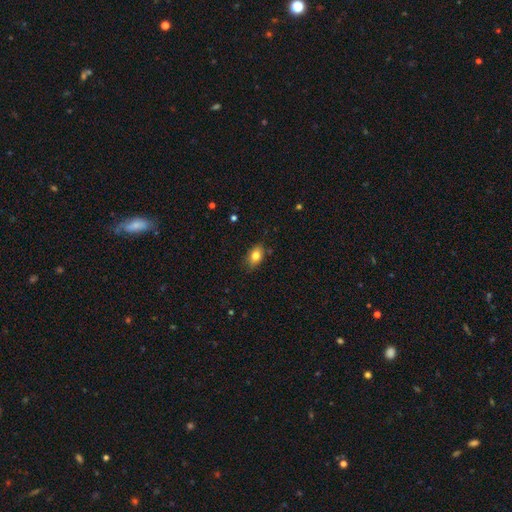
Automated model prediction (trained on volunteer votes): The model was most divided on "merging": none: 81%, minor disturbance: 15%, major disturbance: 2%, merger: 2%. More confident: how rounded — in between (82%); smooth or featured — smooth (80%).